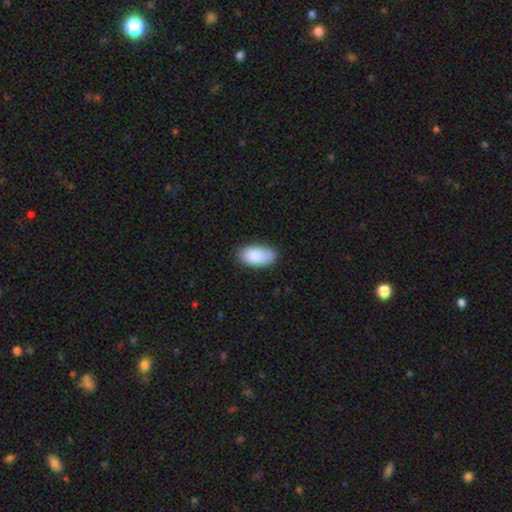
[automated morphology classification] Smooth or featured?
  - smooth: 88% *
  - star or artifact: 6%
  - featured or disk: 6%
How rounded?
  - in between: 95% *
  - round: 3%
  - cigar-shaped: 2%
Merging?
  - none: 82% *
  - minor disturbance: 14%
  - major disturbance: 3%
  - merger: 1%